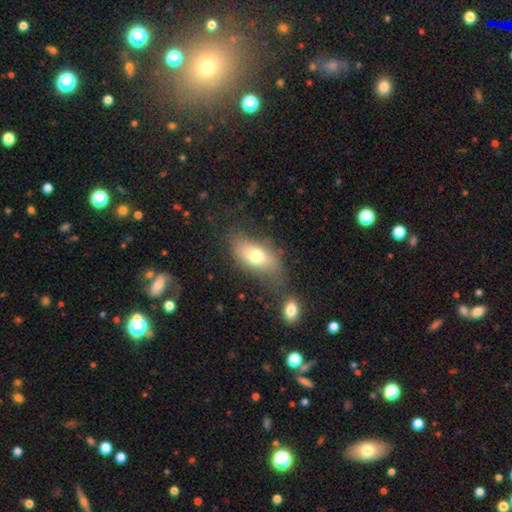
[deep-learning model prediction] Smooth or featured? smooth (70%)
How rounded? in between (85%)
Merging? none (55%)